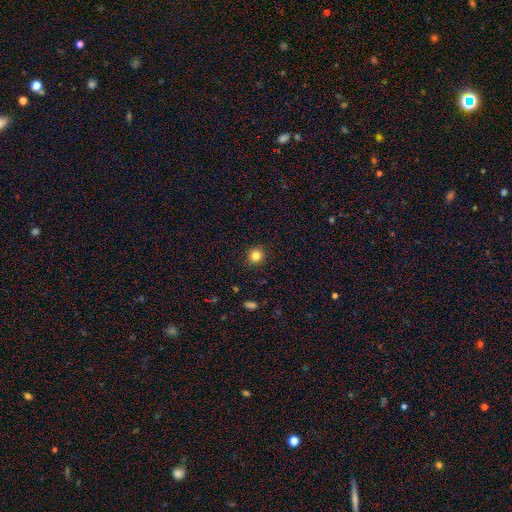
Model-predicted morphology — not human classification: type=smooth (83%); roundness=round (91%); merging=none (92%).